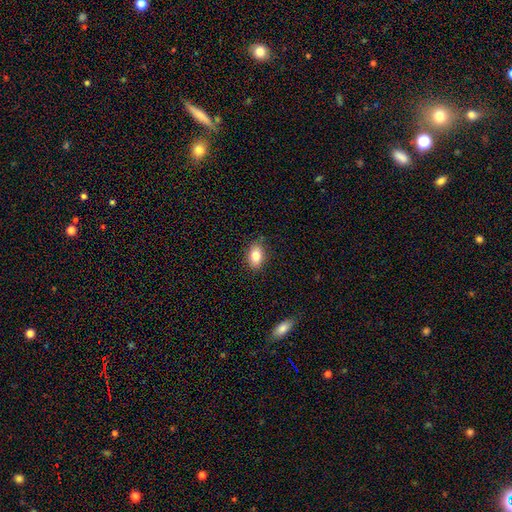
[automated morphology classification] Q: Smooth or featured?
A: smooth (82%); runner-up: featured or disk (10%)
Q: How rounded?
A: in between (86%); runner-up: round (11%)
Q: Merging?
A: none (84%); runner-up: minor disturbance (12%)